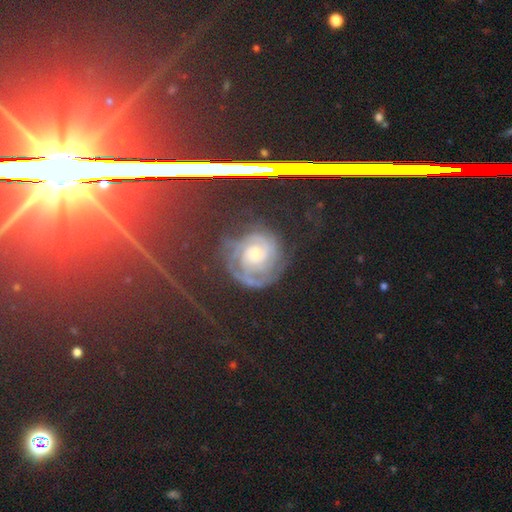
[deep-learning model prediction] This appears to be a featured or disk galaxy (62%) with no bar (76%), 2 (31%) tight (65%) spiral arms (91%) and a small central bulge (46%). Merging: none (69%).